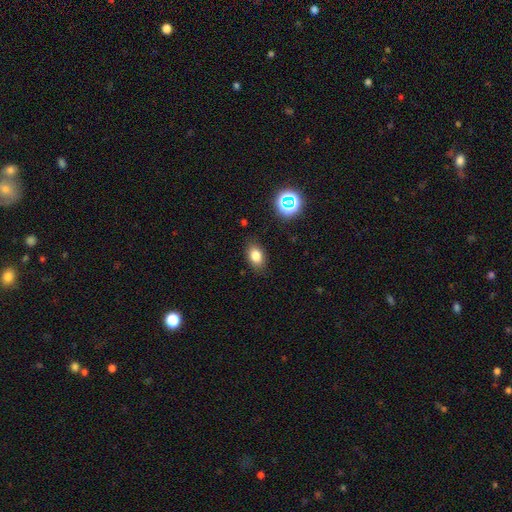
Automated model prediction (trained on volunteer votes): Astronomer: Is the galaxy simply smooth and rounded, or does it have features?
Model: smooth — 80%.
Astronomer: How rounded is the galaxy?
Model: in between — 83%.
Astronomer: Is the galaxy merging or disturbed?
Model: none — 84%.